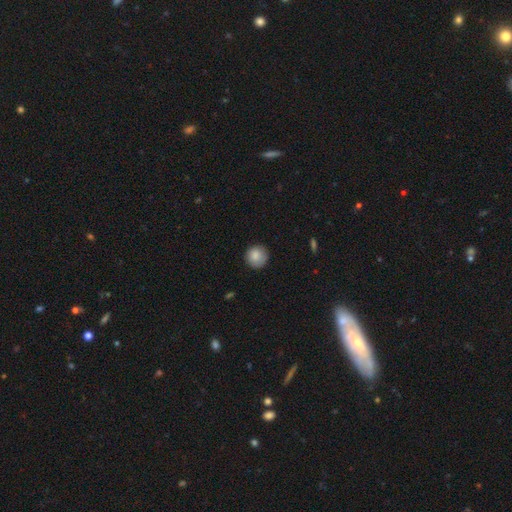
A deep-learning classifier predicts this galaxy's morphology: Smooth or featured? smooth (86%)
How rounded? round (94%)
Merging? none (85%)